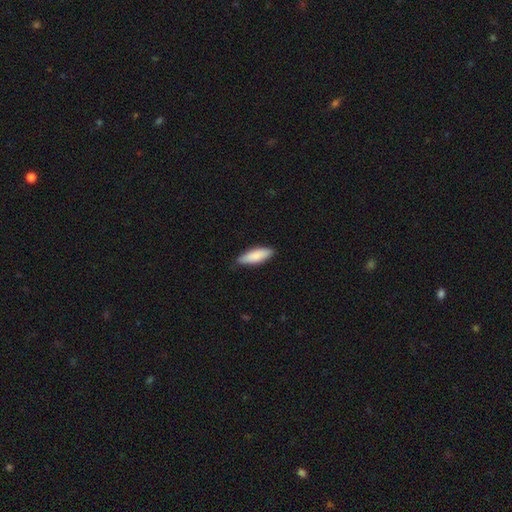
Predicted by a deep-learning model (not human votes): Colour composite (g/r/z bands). It shows a smooth galaxy with no disk features (85%) that is in between round and cigar-shaped (57%). Merging: none (82%).